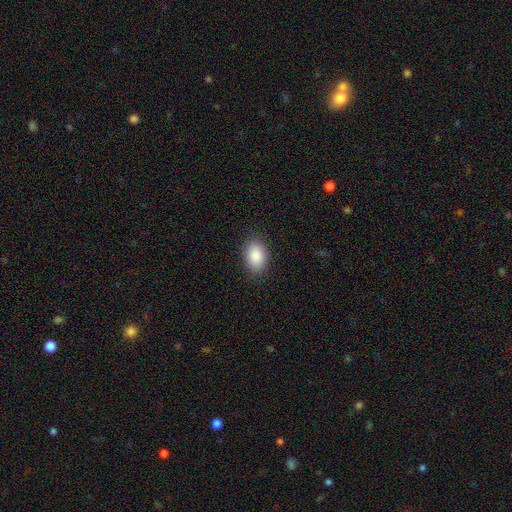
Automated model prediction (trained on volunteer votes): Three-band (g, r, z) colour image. It shows a smooth galaxy with no disk features (88%) that is in between round and cigar-shaped (87%). Merging: none (87%).